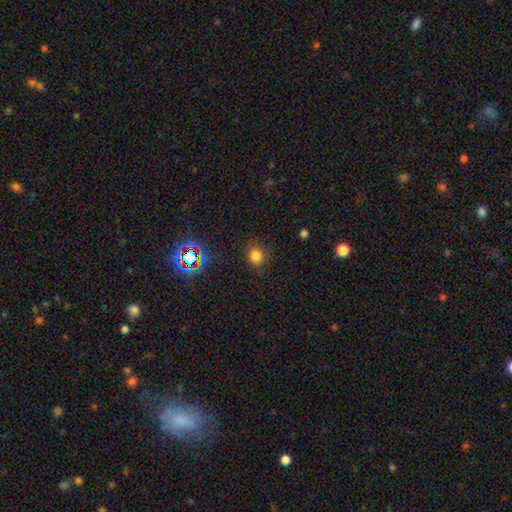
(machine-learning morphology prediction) smooth-or-featured: smooth: 77% | star or artifact: 17% | featured or disk: 6%
  how-rounded: round: 74% | in between: 25% | cigar-shaped: 1%
  merging: none: 83% | minor disturbance: 12% | major disturbance: 4% | merger: 1%